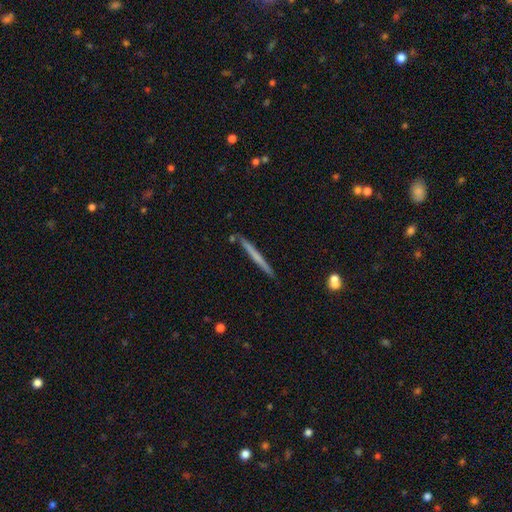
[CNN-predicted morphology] This is possibly a smooth galaxy (54%). How rounded: clearly cigar-shaped (97%). Merging: clearly none (89%).